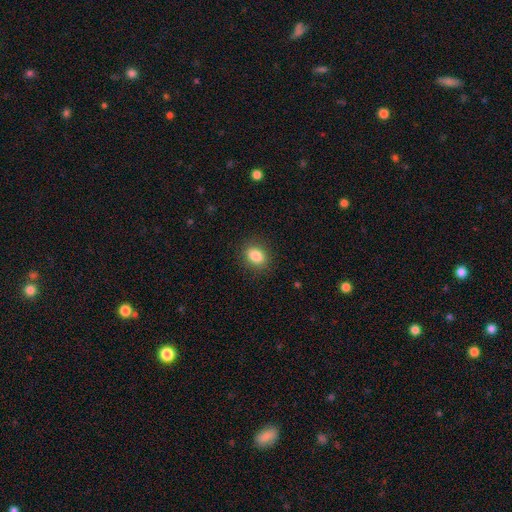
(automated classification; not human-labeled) The model was most divided on "how rounded": in between: 60%, round: 39%, cigar-shaped: 1%. More confident: merging — none (88%); smooth or featured — smooth (85%).